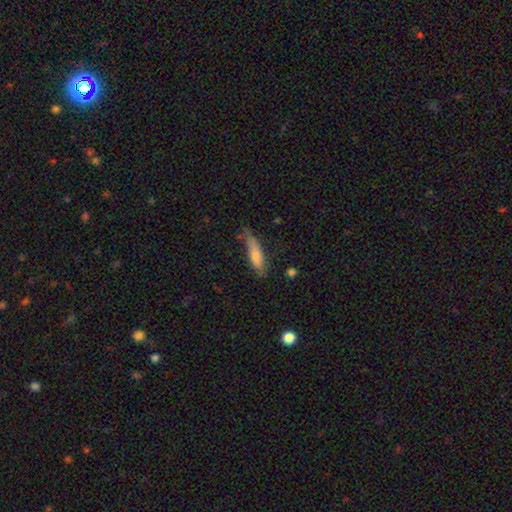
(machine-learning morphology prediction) A smooth galaxy with no disk features (70%) that is cigar-shaped (72%).

Vote fractions:
- Smooth or featured? smooth: 70% / featured or disk: 23% / star or artifact: 7%
- How rounded? cigar-shaped: 72% / in between: 26% / round: 2%
- Merging? none: 59% / minor disturbance: 30% / major disturbance: 8% / merger: 3%